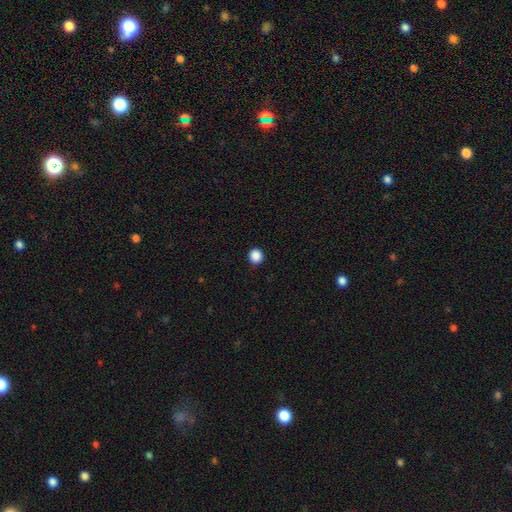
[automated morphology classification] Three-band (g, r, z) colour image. It shows a smooth galaxy with no disk features (88%) that is round (92%). Merging: none (92%).